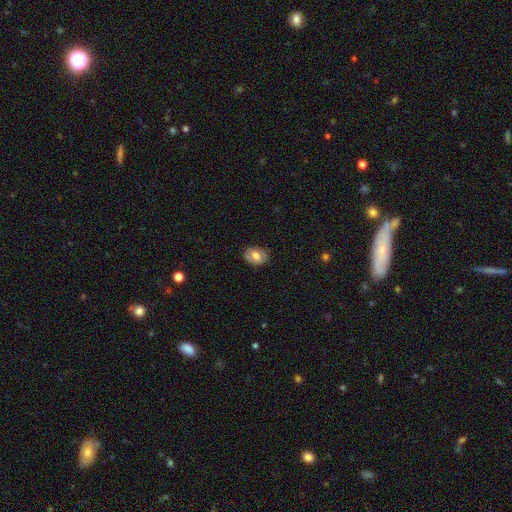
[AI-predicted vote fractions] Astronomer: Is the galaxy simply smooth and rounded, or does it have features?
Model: smooth — 67%.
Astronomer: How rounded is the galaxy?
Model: in between — 71%.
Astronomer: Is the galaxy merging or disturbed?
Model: none — 79%.